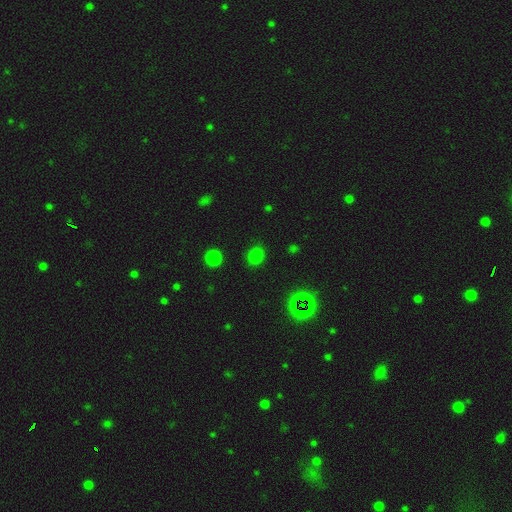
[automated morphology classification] smooth_or_featured: smooth (p=0.75) [alt: star or artifact p=0.21]
how_rounded: round (p=0.64) [alt: in between p=0.34]
merging: none (p=0.86) [alt: minor disturbance p=0.09]